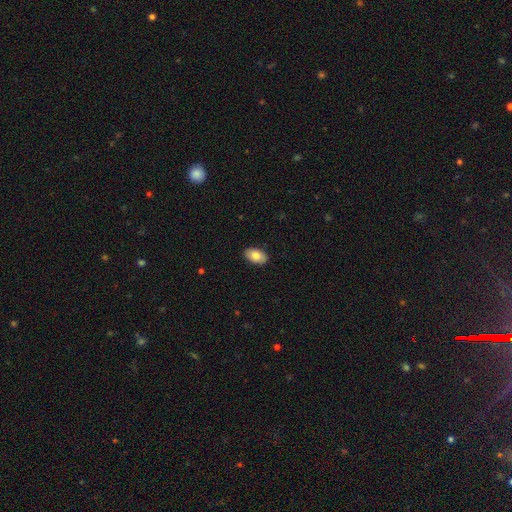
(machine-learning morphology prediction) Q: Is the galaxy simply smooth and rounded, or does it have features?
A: smooth — 81%.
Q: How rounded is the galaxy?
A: in between — 93%.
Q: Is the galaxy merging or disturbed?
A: none — 89%.